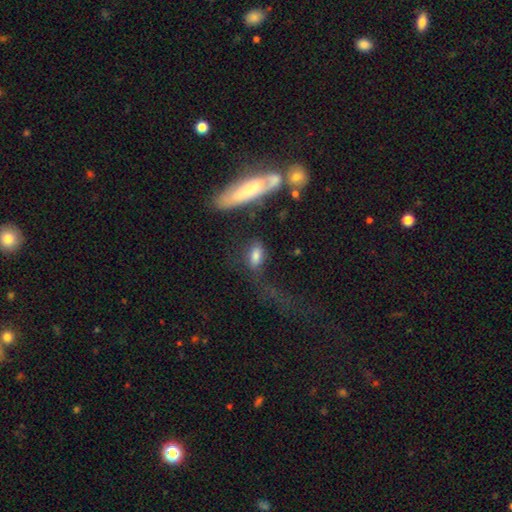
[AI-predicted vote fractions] Q: Smooth or featured?
A: smooth (77%); runner-up: featured or disk (15%)
Q: How rounded?
A: in between (79%); runner-up: cigar-shaped (15%)
Q: Merging?
A: none (54%); runner-up: minor disturbance (20%)